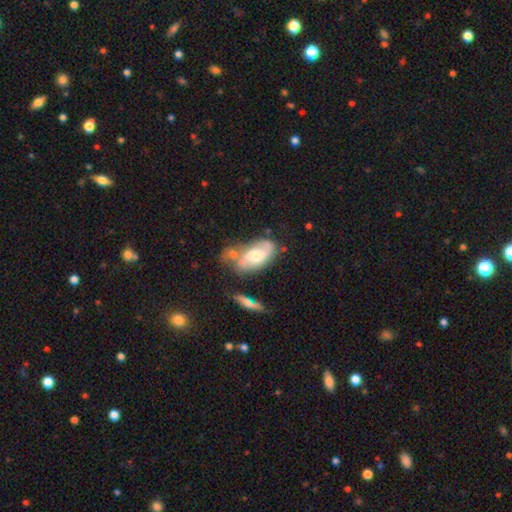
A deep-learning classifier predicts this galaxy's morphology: Smooth or featured? featured or disk (68%)
Edge-on disk? no (94%)
Bar? no (52%)
Spiral arms? yes (89%)
Spiral winding? medium (44%)
Spiral arm count? 2 (81%)
Bulge size? moderate (64%)
Merging? none (46%)